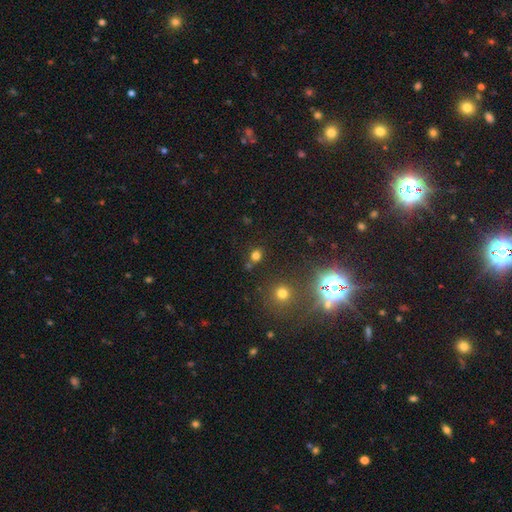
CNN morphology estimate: Smooth or featured: smooth — 70% (star or artifact — 23%)
How rounded: round — 66% (in between — 33%)
Merging: none — 70% (minor disturbance — 13%)